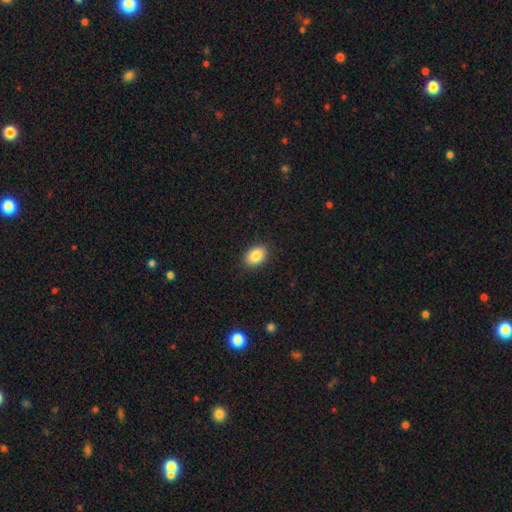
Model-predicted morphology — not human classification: type=smooth (85%); roundness=in between (79%); merging=none (89%).